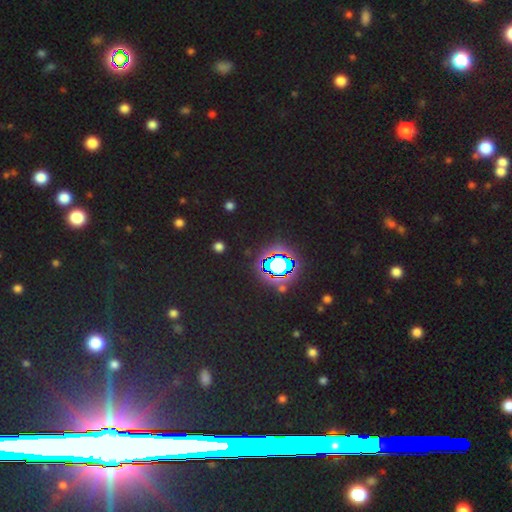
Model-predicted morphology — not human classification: Smooth or featured? Predicted: star or artifact (p=0.81).